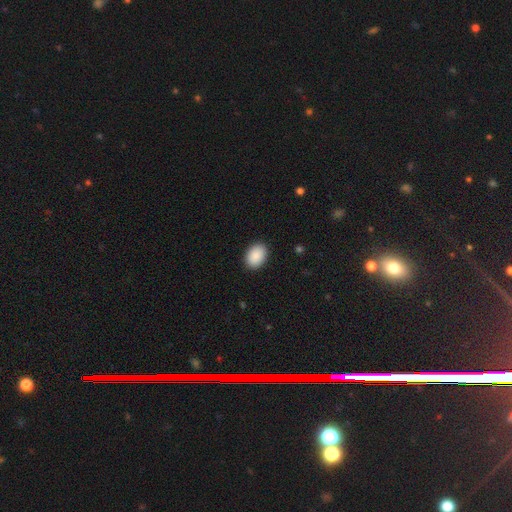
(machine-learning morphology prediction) A smooth galaxy with no disk features (91%) that is in between round and cigar-shaped (81%).

Vote fractions:
- Smooth or featured? smooth: 91% / star or artifact: 6% / featured or disk: 3%
- How rounded? in between: 81% / round: 18% / cigar-shaped: 1%
- Merging? none: 90% / minor disturbance: 7% / major disturbance: 2% / merger: 1%